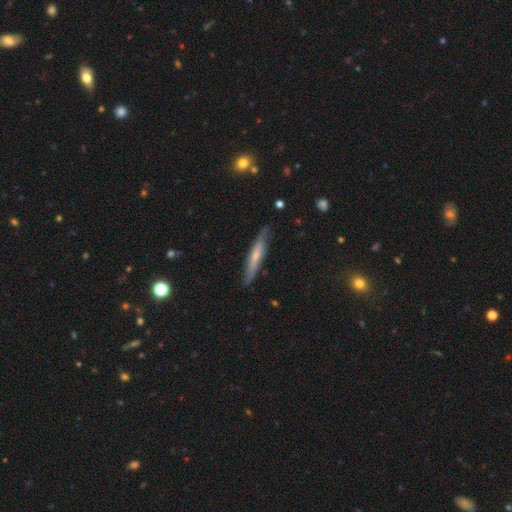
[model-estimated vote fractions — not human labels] A featured or disk galaxy (47%, tied with smooth).

Vote fractions:
- Smooth or featured? featured or disk: 47% (tied) / smooth: 47% (tied) / star or artifact: 6%
- Merging? none: 83% / minor disturbance: 14% / major disturbance: 2% / merger: 1%